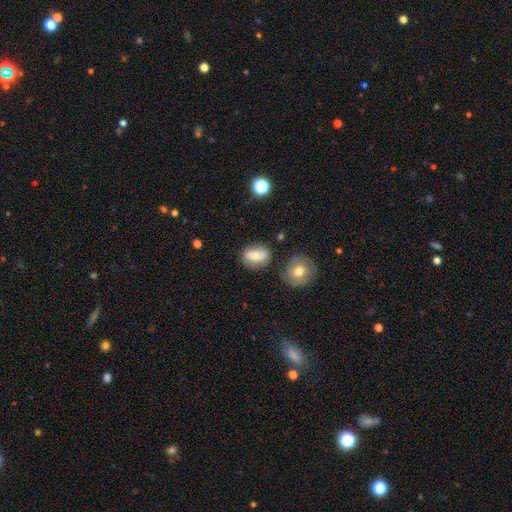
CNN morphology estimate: smooth-or-featured: smooth: 67% | featured or disk: 24% | star or artifact: 9%
  how-rounded: in between: 72% | round: 26% | cigar-shaped: 3%
  merging: none: 71% | minor disturbance: 17% | merger: 7% | major disturbance: 5%